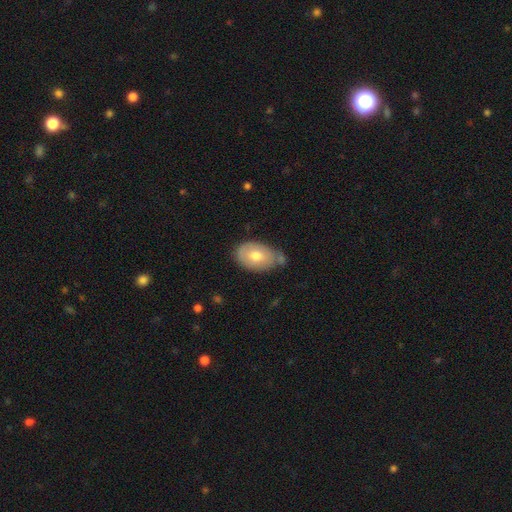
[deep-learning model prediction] Smooth or featured: smooth — 68% (featured or disk — 26%)
How rounded: in between — 86% (round — 12%)
Merging: none — 55% (minor disturbance — 26%)